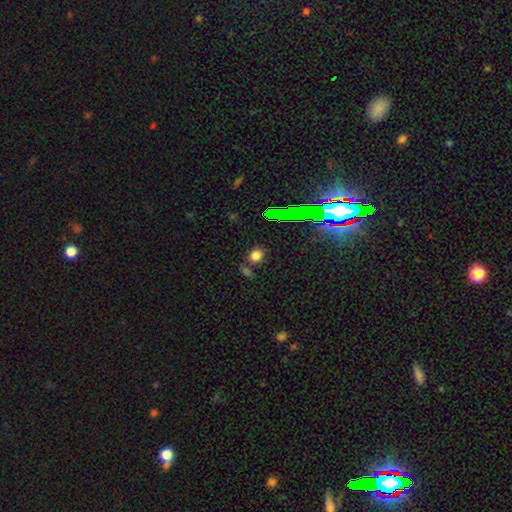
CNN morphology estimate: Smooth or featured?
  - smooth: 76% *
  - star or artifact: 17%
  - featured or disk: 6%
How rounded?
  - round: 64% *
  - in between: 34%
  - cigar-shaped: 2%
Merging?
  - none: 74% *
  - minor disturbance: 11%
  - merger: 11%
  - major disturbance: 4%